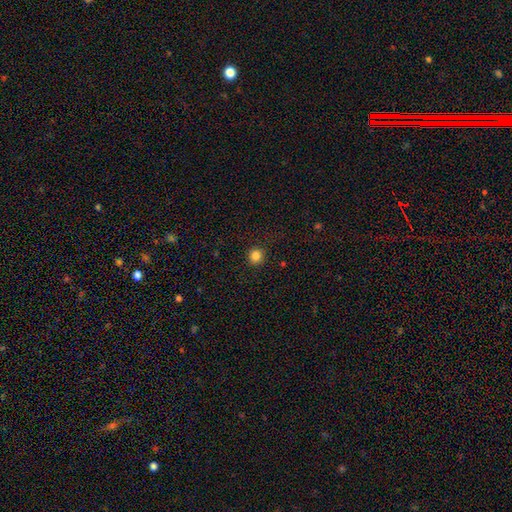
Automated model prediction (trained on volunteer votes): Morphology: type=smooth (84%); roundness=round (93%); merging=none (91%).